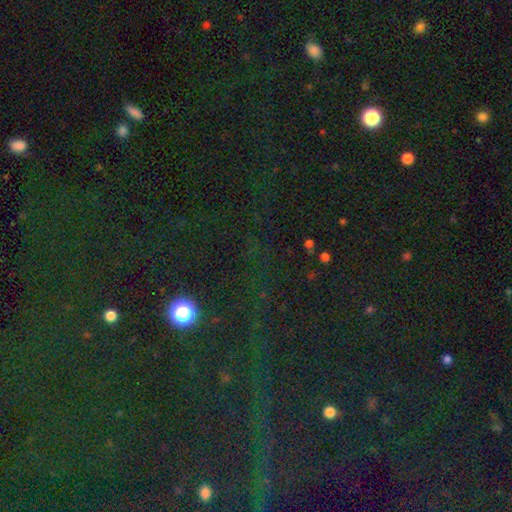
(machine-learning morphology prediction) Overall: star or artifact (79%).